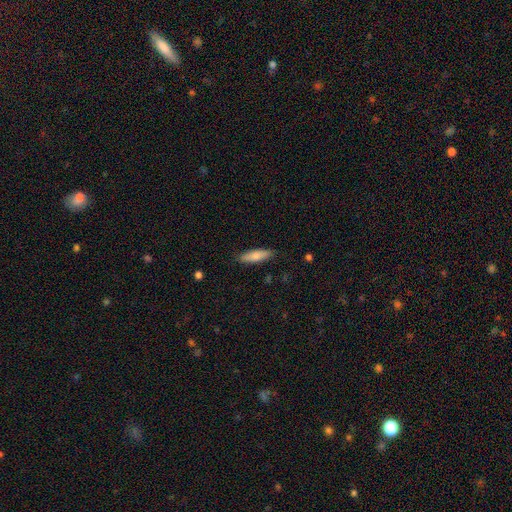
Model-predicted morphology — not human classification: Overall: smooth (78%). How rounded: cigar-shaped (60%; in between 38%). Merging: none (87%).